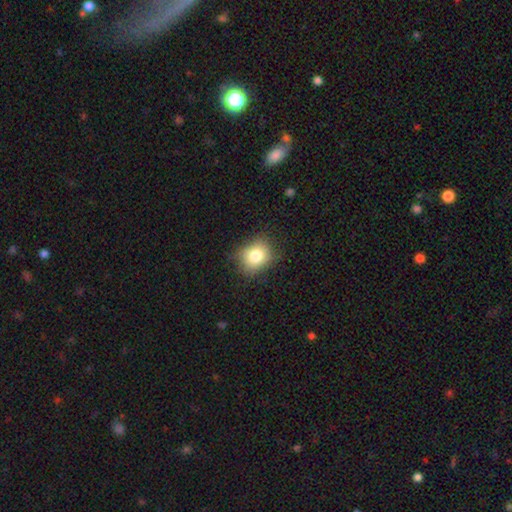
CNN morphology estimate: Smooth or featured: smooth — 80% (star or artifact — 11%)
How rounded: round — 63% (in between — 36%)
Merging: none — 78% (minor disturbance — 17%)